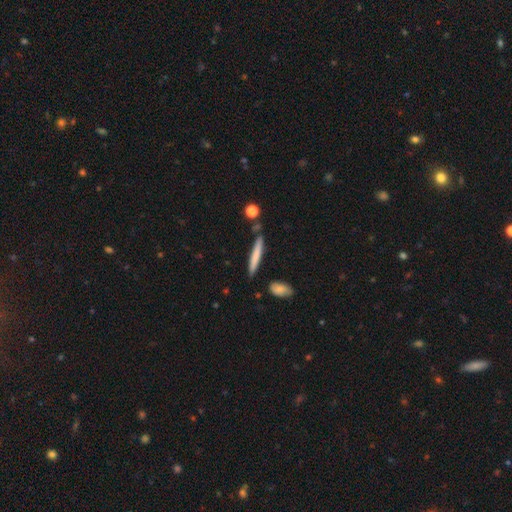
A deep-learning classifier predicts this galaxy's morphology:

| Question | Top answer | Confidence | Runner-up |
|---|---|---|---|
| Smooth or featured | smooth | 71% | featured or disk (23%) |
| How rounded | cigar-shaped | 94% | in between (5%) |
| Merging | none | 81% | minor disturbance (12%) |